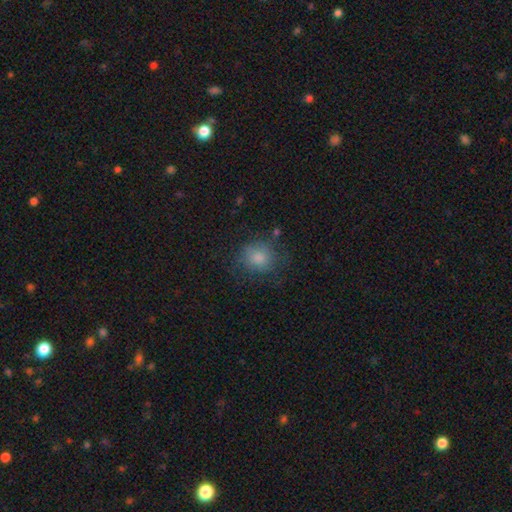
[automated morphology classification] smooth_or_featured: smooth (p=0.78) [alt: star or artifact p=0.13]
how_rounded: round (p=0.83) [alt: in between p=0.16]
merging: none (p=0.73) [alt: minor disturbance p=0.17]